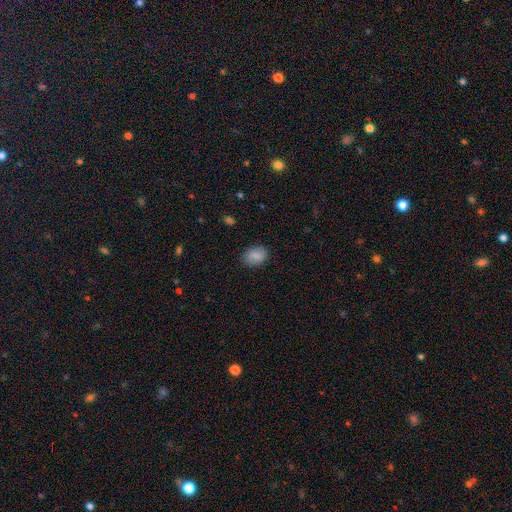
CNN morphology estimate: smooth-or-featured: smooth: 86% | star or artifact: 8% | featured or disk: 7%
  how-rounded: in between: 71% | round: 28% | cigar-shaped: 1%
  merging: none: 84% | minor disturbance: 12% | major disturbance: 3% | merger: 1%